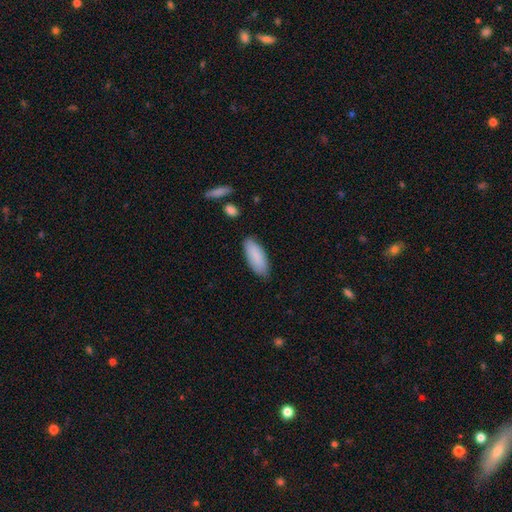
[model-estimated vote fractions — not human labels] smooth-or-featured: smooth: 87% | featured or disk: 7% | star or artifact: 6%
  how-rounded: in between: 74% | cigar-shaped: 25% | round: 2%
  merging: none: 83% | minor disturbance: 13% | major disturbance: 2% | merger: 2%